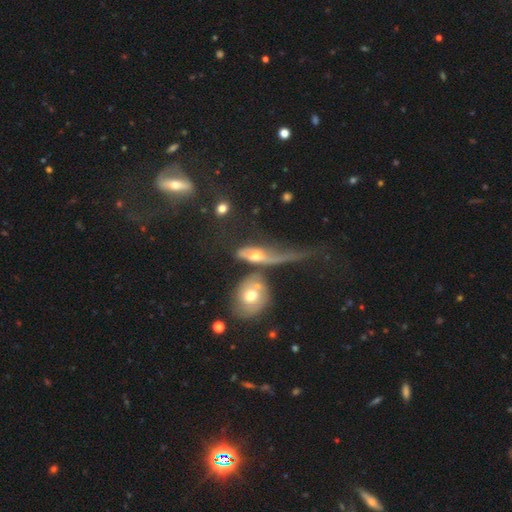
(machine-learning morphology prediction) smooth_or_featured: featured or disk (p=0.52) [alt: smooth p=0.37]
disk_edge_on: no (p=0.70) [alt: yes p=0.30]
merging: major disturbance (p=0.38) [alt: merger p=0.35]